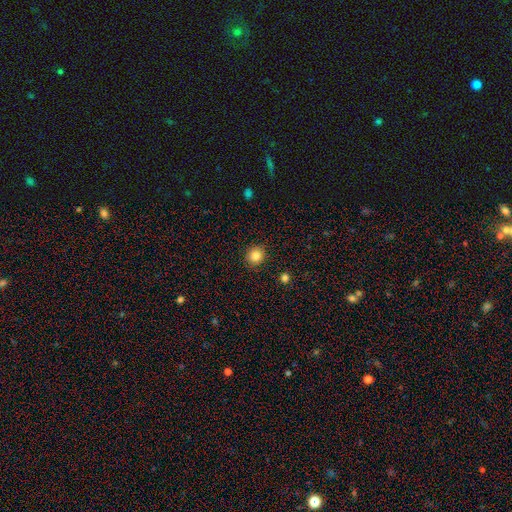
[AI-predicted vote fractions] smooth_or_featured: smooth (p=0.84) [alt: star or artifact p=0.10]
how_rounded: round (p=0.88) [alt: in between p=0.11]
merging: none (p=0.91) [alt: minor disturbance p=0.06]